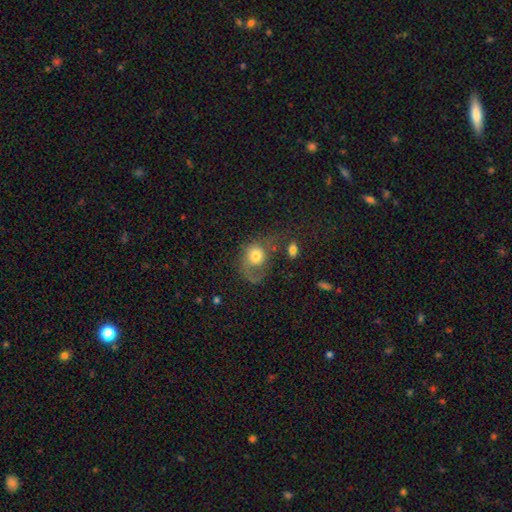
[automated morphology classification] Overall: smooth (62%; featured or disk 28%). How rounded: round (60%; in between 39%). Merging: major disturbance (44%; none 27%).